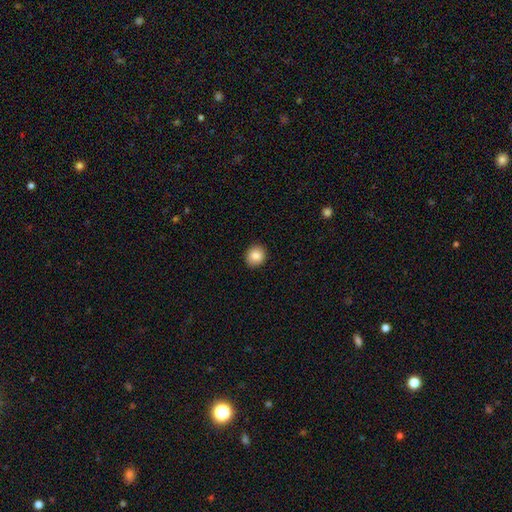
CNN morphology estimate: A smooth galaxy with no disk features (86%) that is round (79%). Merging: none (91%).